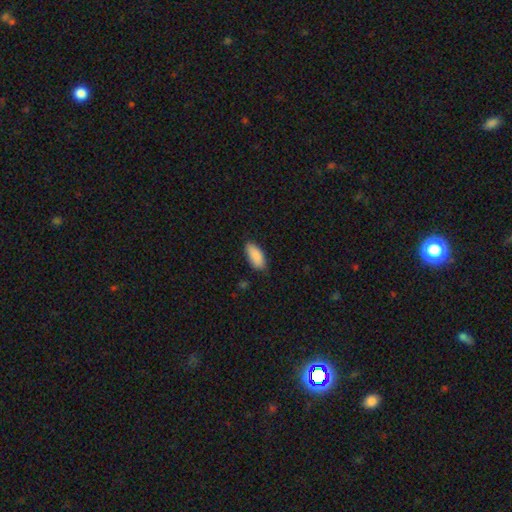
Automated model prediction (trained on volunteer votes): smooth-or-featured: smooth: 89% | star or artifact: 6% | featured or disk: 4%
  how-rounded: in between: 88% | cigar-shaped: 10% | round: 2%
  merging: none: 79% | minor disturbance: 18% | major disturbance: 3% | merger: 1%